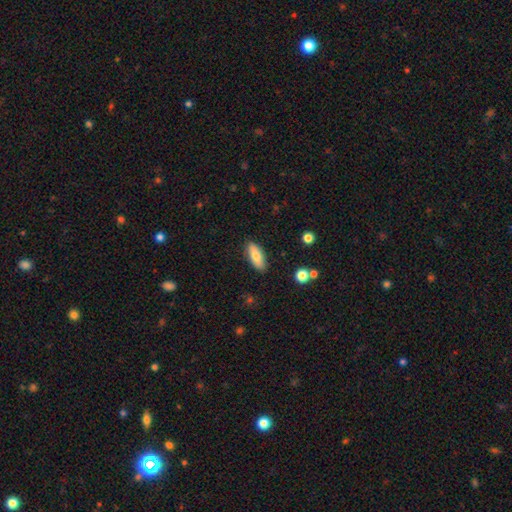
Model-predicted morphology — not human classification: Overall: smooth (74%). How rounded: in between (74%). Merging: none (87%).